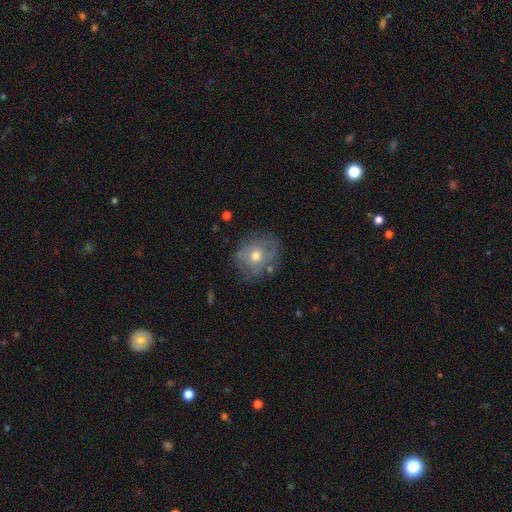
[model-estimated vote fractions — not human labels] Smooth or featured? Predicted: smooth (p=0.52). How rounded? Predicted: round (p=0.77). Merging? Predicted: none (p=0.71).